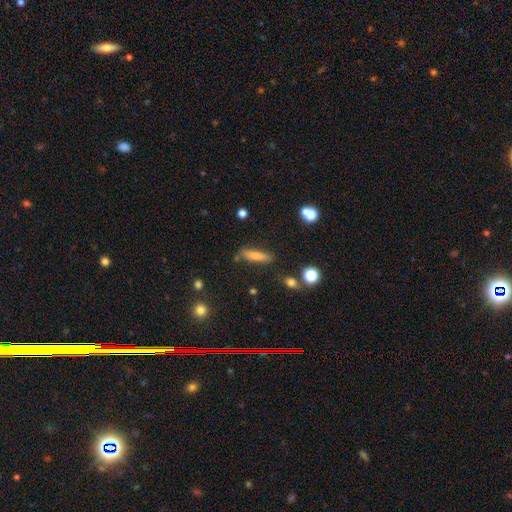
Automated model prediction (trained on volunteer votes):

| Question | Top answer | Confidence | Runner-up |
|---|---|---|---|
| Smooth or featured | smooth | 73% | featured or disk (19%) |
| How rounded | cigar-shaped | 73% | in between (25%) |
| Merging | none | 77% | minor disturbance (14%) |